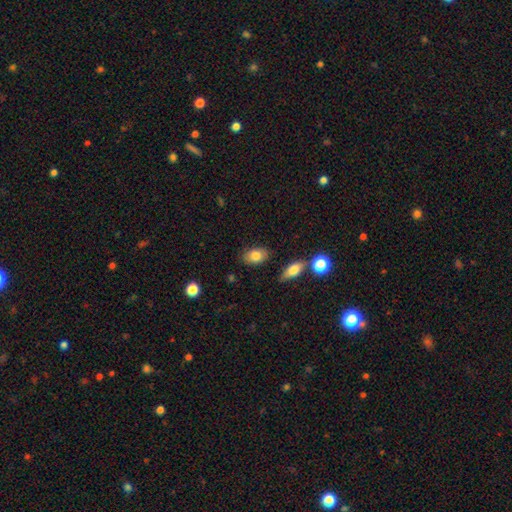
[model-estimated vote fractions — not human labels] This is likely a smooth galaxy (80%). How rounded: clearly in between (85%). Merging: clearly none (83%).